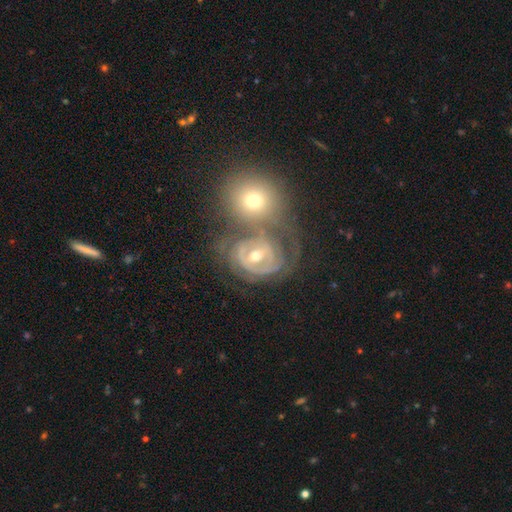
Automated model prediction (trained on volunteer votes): This is likely a featured or disk galaxy (76%). It is clearly not viewed edge-on (96%). Bar: marginally no (39%). Spiral arm pattern: clearly yes (82%). Spiral arm count: marginally 2 (37%). Spiral winding: likely tight (65%). Central bulge: likely moderate (61%). Merging: marginally merger (42%).